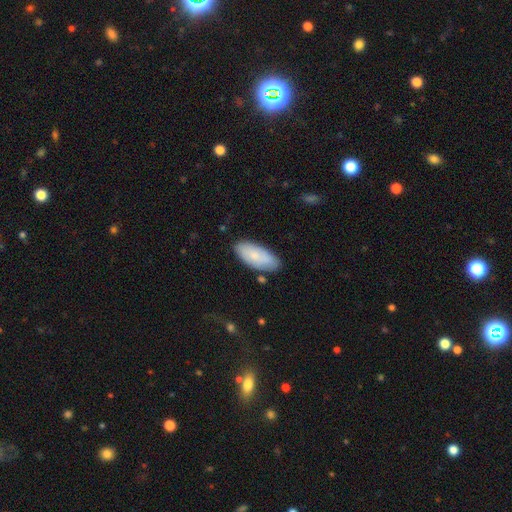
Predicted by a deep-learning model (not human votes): smooth 78%, featured or disk 16%, star or artifact 6%. Down the decision tree: how rounded — in between (91%); merging — none (79%).